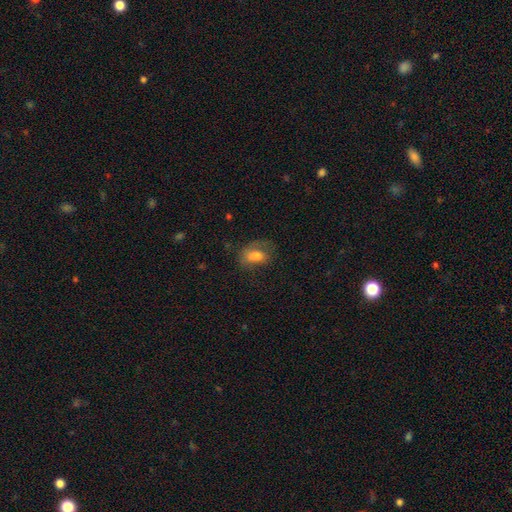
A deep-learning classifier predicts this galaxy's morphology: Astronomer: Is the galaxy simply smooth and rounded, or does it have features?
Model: smooth — 66%.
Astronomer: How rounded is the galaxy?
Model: in between — 81%.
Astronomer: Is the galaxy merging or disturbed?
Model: none — 45% (runner-up: minor disturbance, 27%).